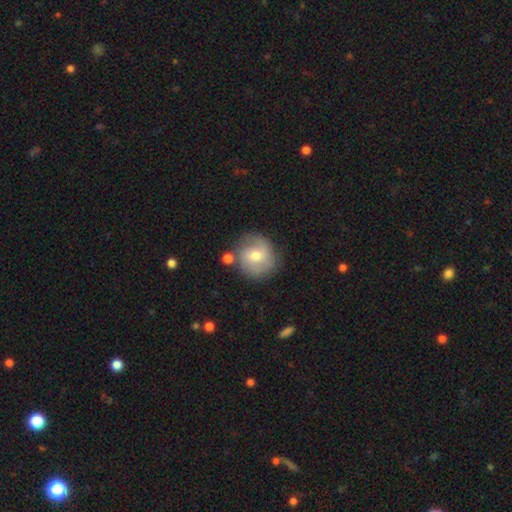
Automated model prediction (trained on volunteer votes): A smooth galaxy with no disk features (54%) that is round (89%).

Vote fractions:
- Smooth or featured? smooth: 54% / featured or disk: 38% / star or artifact: 8%
- How rounded? round: 89% / in between: 10% / cigar-shaped: 1%
- Merging? none: 69% / minor disturbance: 17% / merger: 9% / major disturbance: 6%